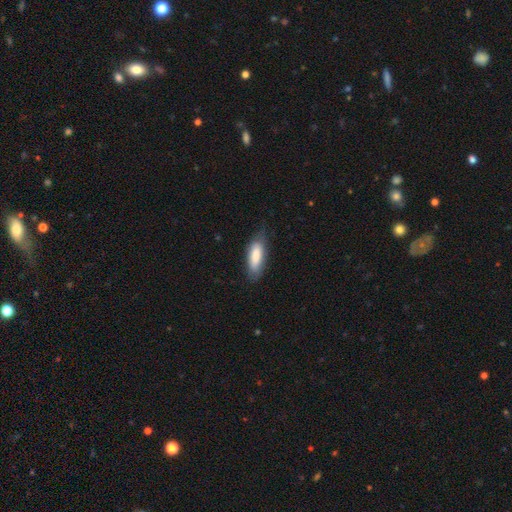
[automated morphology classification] Q: Smooth or featured?
A: smooth (81%); runner-up: featured or disk (13%)
Q: How rounded?
A: in between (63%); runner-up: cigar-shaped (36%)
Q: Merging?
A: none (70%); runner-up: minor disturbance (23%)